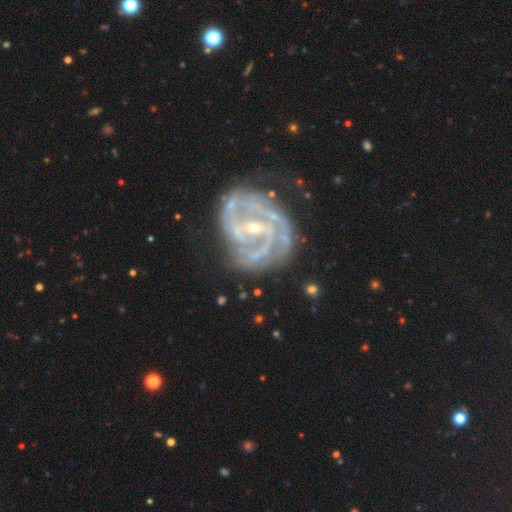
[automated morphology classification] Overall: featured or disk (90%). Edge-on disk: no (98%). Bar: strong (40%; weak 35%). Spiral arms: yes (96%). Spiral arm count: 2 (46%; 3 23%). Spiral winding: tight (48%; medium 43%). Bulge size: small (79%). Merging: none (63%).